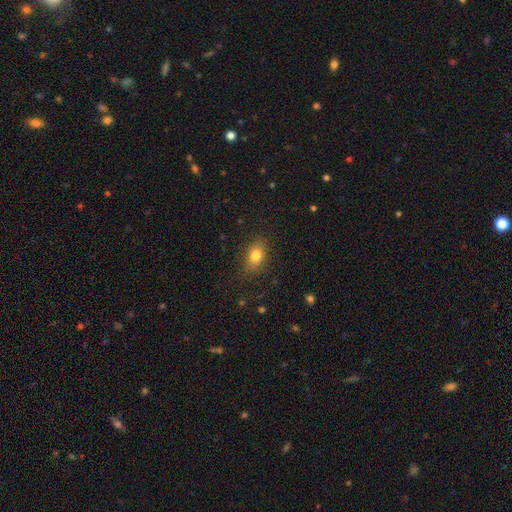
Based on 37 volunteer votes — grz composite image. It shows a smooth galaxy with no disk features (76%) that is in between round and cigar-shaped (71%). Merging: none (94%).